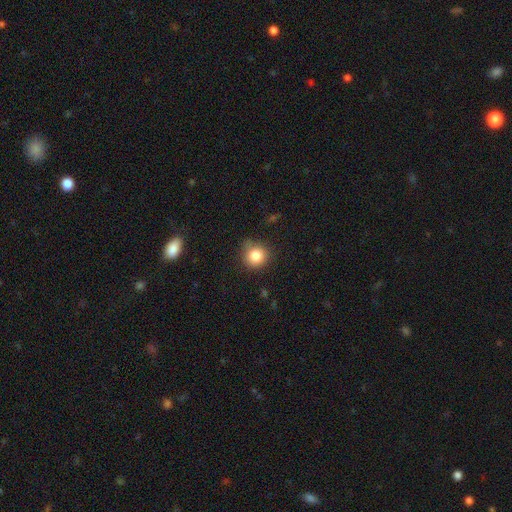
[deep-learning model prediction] smooth_or_featured: smooth (p=0.83) [alt: star or artifact p=0.11]
how_rounded: round (p=0.91) [alt: in between p=0.09]
merging: none (p=0.77) [alt: minor disturbance p=0.17]